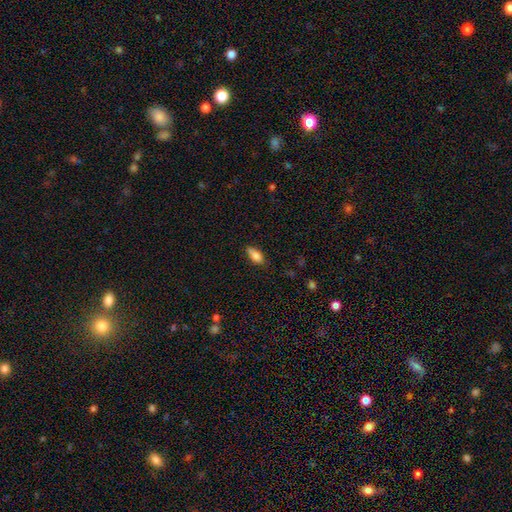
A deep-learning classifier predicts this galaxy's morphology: A smooth galaxy with no disk features (81%) that is in between round and cigar-shaped (83%). Merging: none (65%).